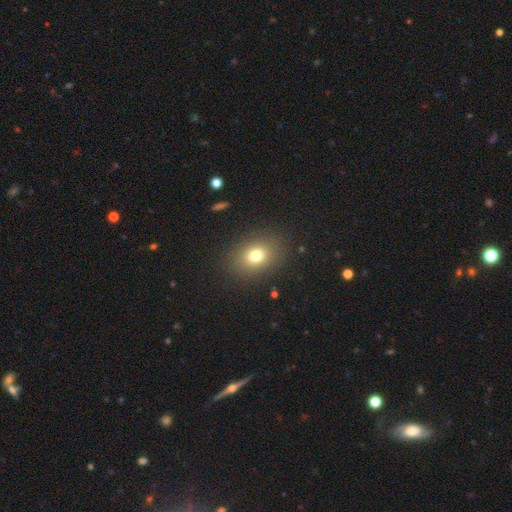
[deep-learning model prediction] smooth 75%, star or artifact 13%, featured or disk 11%. Down the decision tree: how rounded — in between (58%); merging — none (87%).